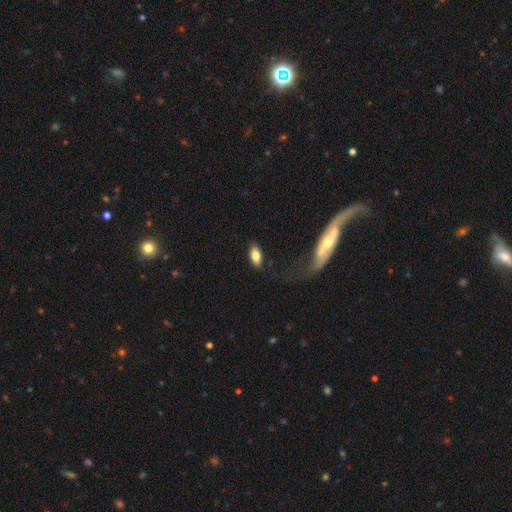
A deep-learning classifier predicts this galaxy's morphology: smooth 79%, featured or disk 14%, star or artifact 7%. Down the decision tree: how rounded — in between (90%); merging — none (83%).